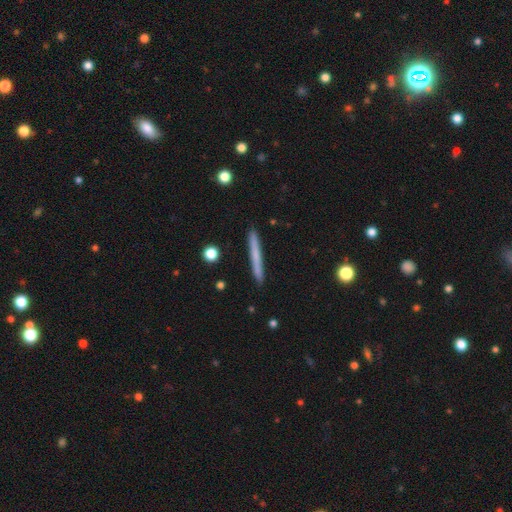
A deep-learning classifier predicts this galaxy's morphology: Smooth or featured?
  - smooth: 62% *
  - featured or disk: 32%
  - star or artifact: 6%
How rounded?
  - cigar-shaped: 97% *
  - in between: 2%
  - round: 1%
Merging?
  - none: 91% *
  - minor disturbance: 6%
  - merger: 1%
  - major disturbance: 1%